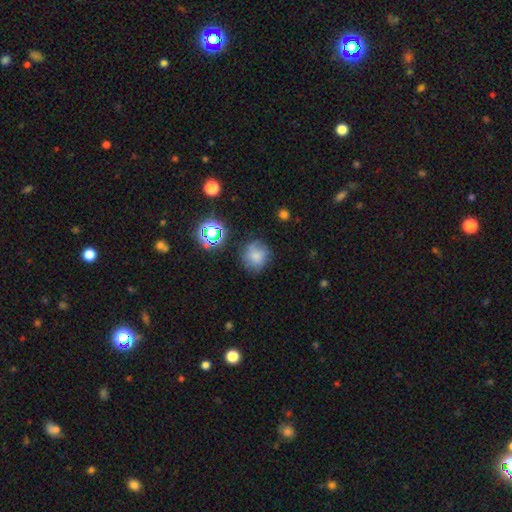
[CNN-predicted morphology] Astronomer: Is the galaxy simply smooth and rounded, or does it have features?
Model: smooth — 66%.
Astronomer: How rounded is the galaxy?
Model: round — 83%.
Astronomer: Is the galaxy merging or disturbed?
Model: none — 64%.